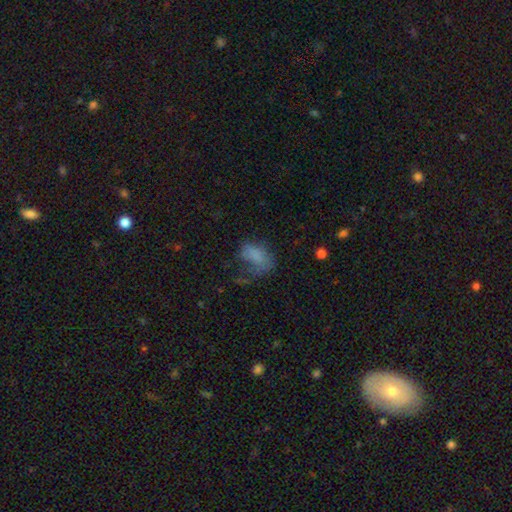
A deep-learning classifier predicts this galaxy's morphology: type=smooth (68%); roundness=in between (87%); merging=major disturbance (47%).